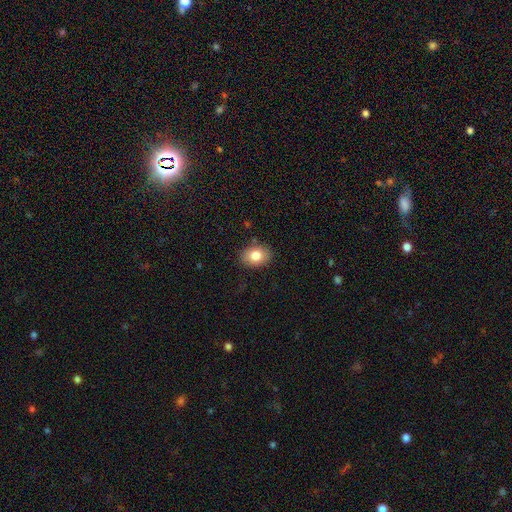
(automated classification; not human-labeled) Overall: smooth (81%). How rounded: in between (75%). Merging: none (86%).